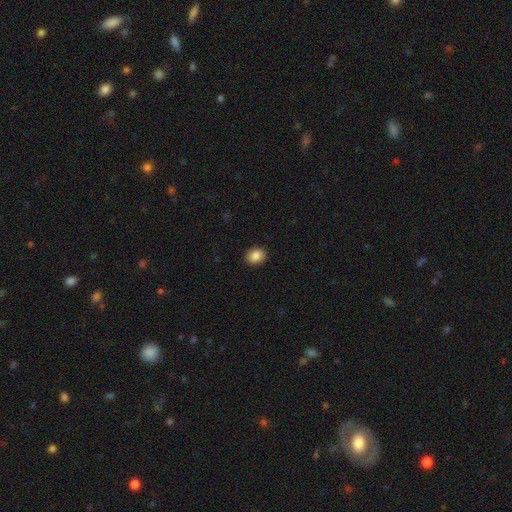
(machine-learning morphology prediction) smooth-or-featured: smooth: 87% | star or artifact: 9% | featured or disk: 5%
  how-rounded: round: 60% | in between: 40% | cigar-shaped: 1%
  merging: none: 91% | minor disturbance: 6% | major disturbance: 2% | merger: 1%